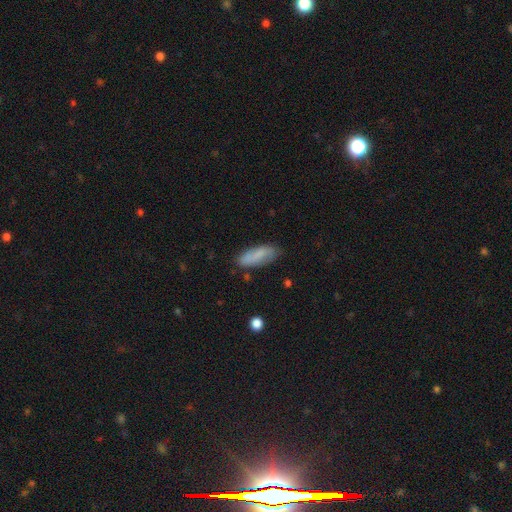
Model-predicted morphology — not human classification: Overall: smooth (76%). How rounded: in between (65%; cigar-shaped 33%). Merging: none (77%).